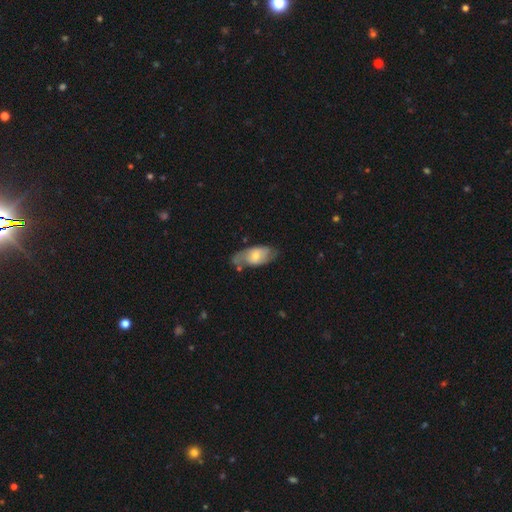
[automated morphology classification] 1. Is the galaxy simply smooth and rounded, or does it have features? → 47% featured or disk (tied), 47% smooth (tied), 6% star or artifact.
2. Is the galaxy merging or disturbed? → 58% none, 27% minor disturbance, 10% major disturbance, 5% merger.